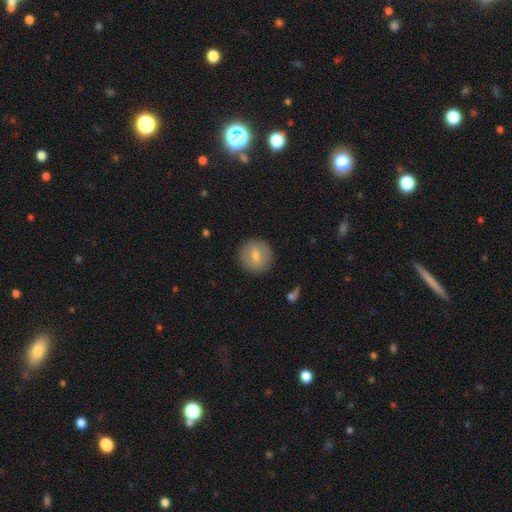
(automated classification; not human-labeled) smooth_or_featured: smooth (p=0.65) [alt: featured or disk p=0.27]
how_rounded: round (p=0.91) [alt: in between p=0.08]
merging: none (p=0.88) [alt: minor disturbance p=0.08]